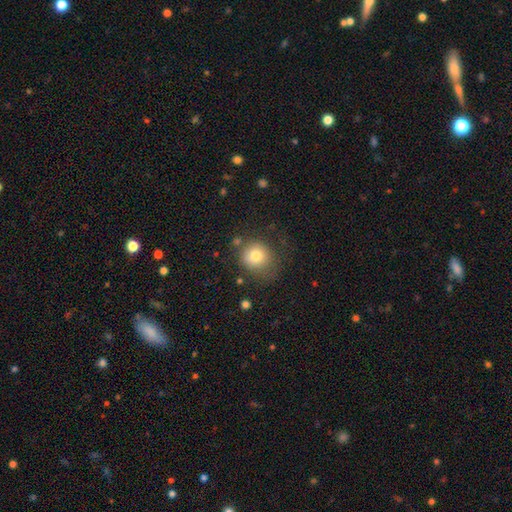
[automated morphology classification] The model was most divided on "merging": none: 66%, minor disturbance: 20%, major disturbance: 10%, merger: 4%. More confident: how rounded — round (86%); smooth or featured — smooth (78%).